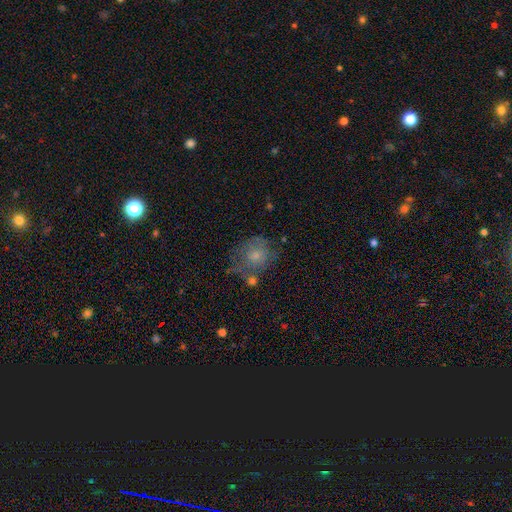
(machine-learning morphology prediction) Q: Smooth or featured?
A: smooth (61%); runner-up: featured or disk (29%)
Q: How rounded?
A: round (69%); runner-up: in between (30%)
Q: Merging?
A: none (44%); runner-up: minor disturbance (26%)